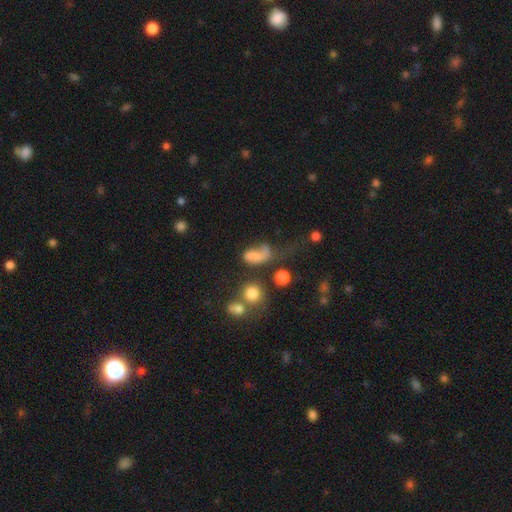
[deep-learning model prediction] This is likely a smooth galaxy (62%). How rounded: likely in between (74%). Merging: marginally major disturbance (40%).